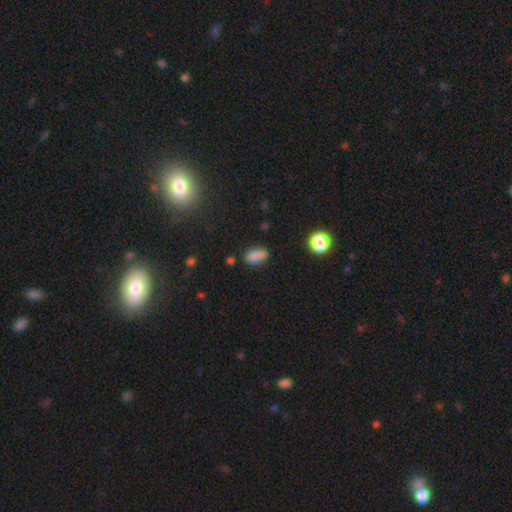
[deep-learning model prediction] Overall: smooth (84%). How rounded: in between (90%). Merging: none (72%).